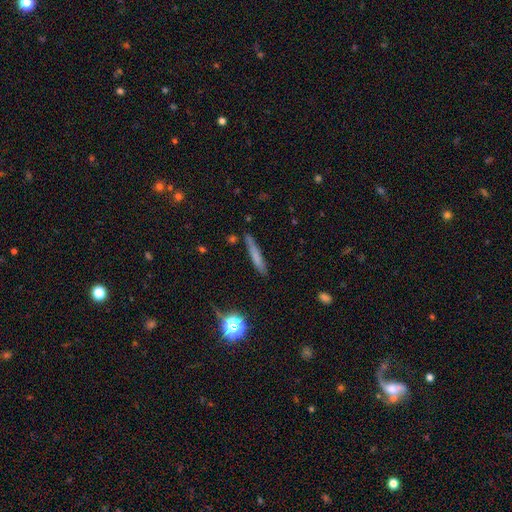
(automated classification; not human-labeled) smooth-or-featured: smooth: 62% | featured or disk: 26% | star or artifact: 12%
  how-rounded: cigar-shaped: 91% | in between: 6% | round: 3%
  merging: none: 79% | minor disturbance: 15% | major disturbance: 3% | merger: 3%